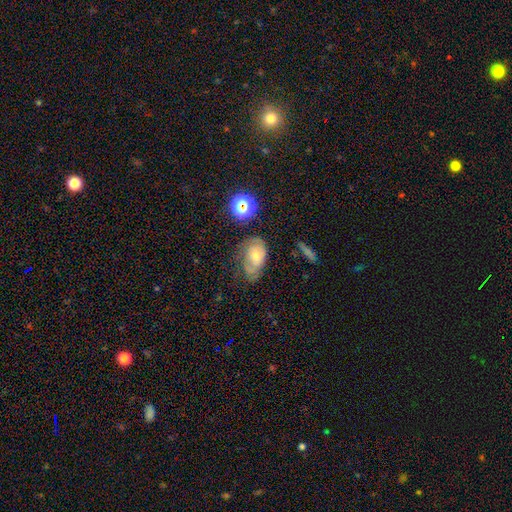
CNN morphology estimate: Smooth or featured: smooth — 47% (featured or disk — 40%)
Merging: none — 42% (minor disturbance — 35%)